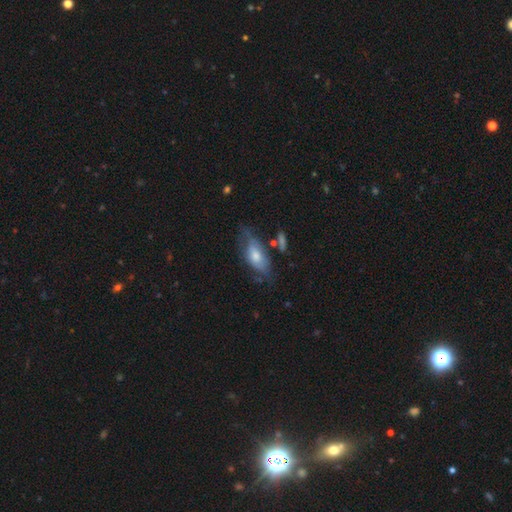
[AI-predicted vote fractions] smooth_or_featured: smooth (p=0.58) [alt: featured or disk p=0.35]
how_rounded: in between (p=0.84) [alt: cigar-shaped p=0.12]
merging: none (p=0.45) [alt: minor disturbance p=0.30]